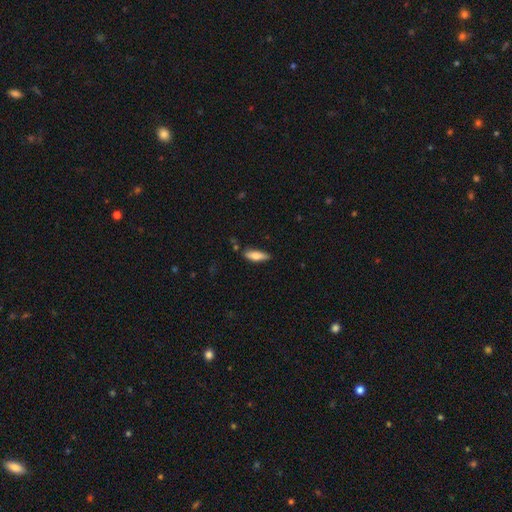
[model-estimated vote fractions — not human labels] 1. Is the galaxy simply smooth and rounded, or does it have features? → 71% smooth, 23% featured or disk, 6% star or artifact.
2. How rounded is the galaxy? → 52% cigar-shaped, 46% in between, 2% round.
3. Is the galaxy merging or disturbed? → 78% none, 16% minor disturbance, 3% major disturbance, 3% merger.